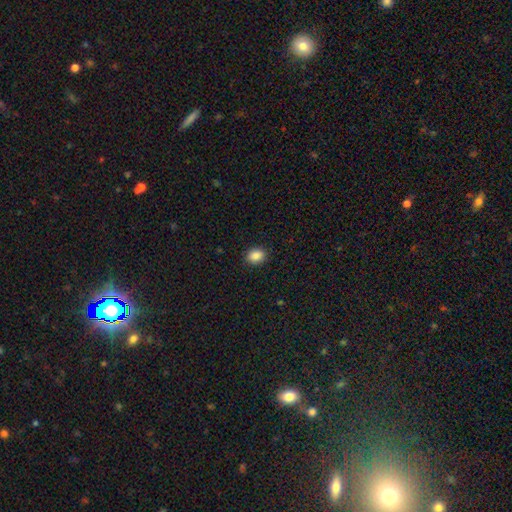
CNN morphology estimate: The model was most divided on "how rounded": in between: 61%, round: 38%, cigar-shaped: 1%. More confident: merging — none (90%); smooth or featured — smooth (88%).